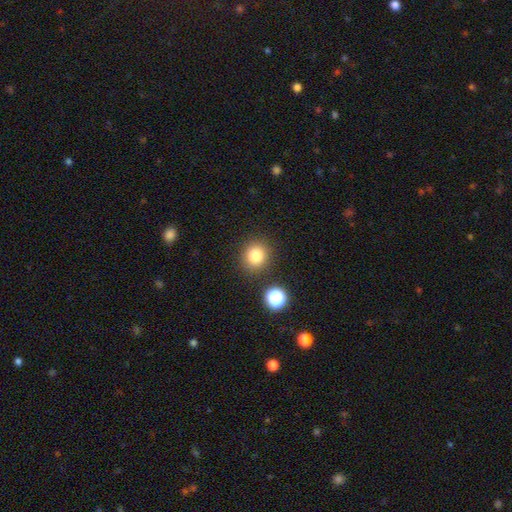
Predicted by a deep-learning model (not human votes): smooth_or_featured: smooth (p=0.81) [alt: star or artifact p=0.13]
how_rounded: round (p=0.86) [alt: in between p=0.13]
merging: none (p=0.85) [alt: minor disturbance p=0.08]